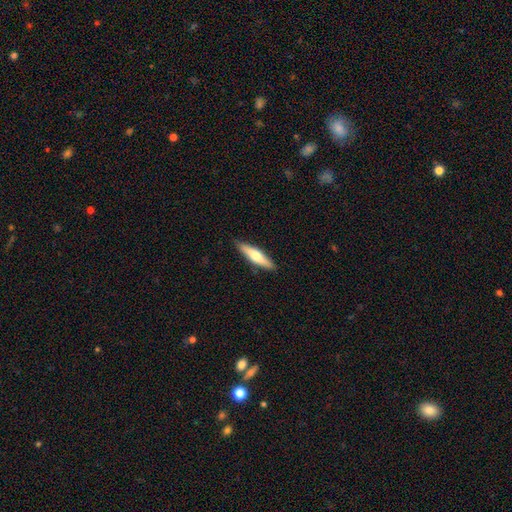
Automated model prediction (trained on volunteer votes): smooth 54%, featured or disk 41%, star or artifact 5%. Down the decision tree: how rounded — cigar-shaped (76%); merging — none (89%).